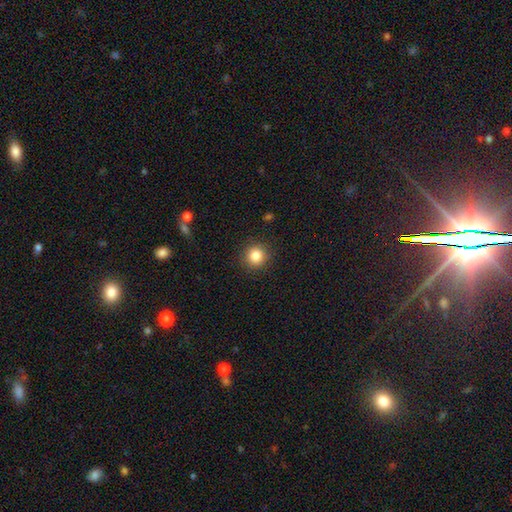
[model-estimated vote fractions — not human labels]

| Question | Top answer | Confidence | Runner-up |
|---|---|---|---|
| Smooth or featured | smooth | 84% | star or artifact (11%) |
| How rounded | round | 93% | in between (6%) |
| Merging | none | 91% | minor disturbance (6%) |